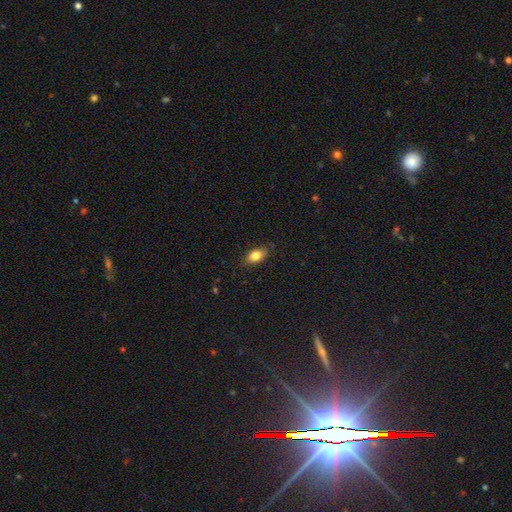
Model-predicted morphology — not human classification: type=smooth (80%); roundness=in between (87%); merging=none (82%).